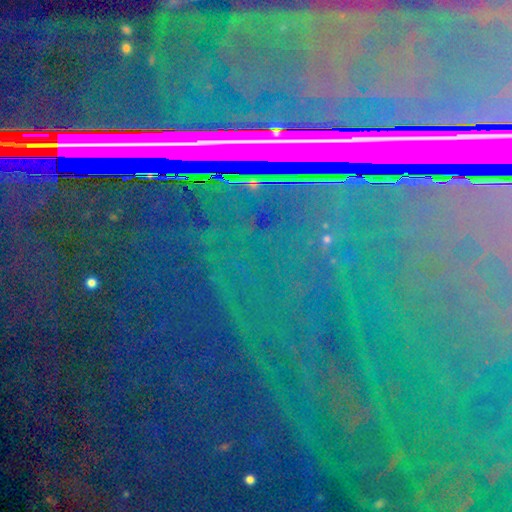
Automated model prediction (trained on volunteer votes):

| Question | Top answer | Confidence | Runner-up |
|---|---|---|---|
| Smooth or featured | star or artifact | 87% | featured or disk (7%) |